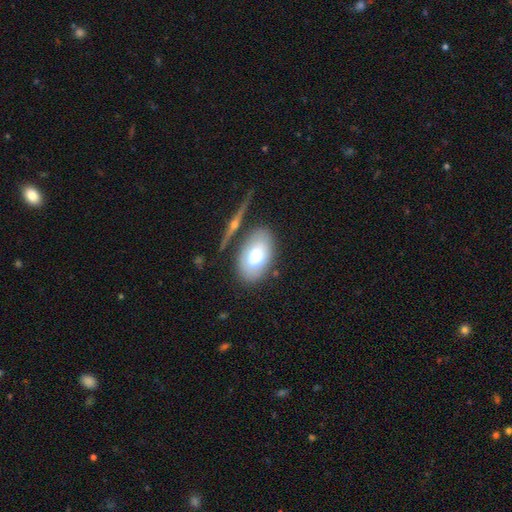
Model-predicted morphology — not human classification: type=smooth (69%); roundness=in between (91%); merging=none (70%).